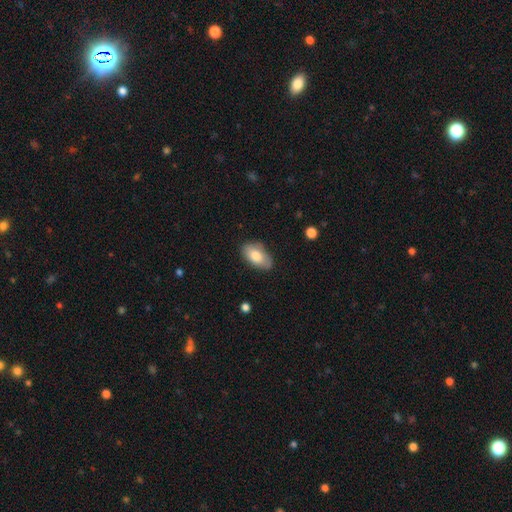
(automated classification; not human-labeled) This appears to be a smooth galaxy with no disk features (78%) that is in between round and cigar-shaped (93%). Merging: none (75%).